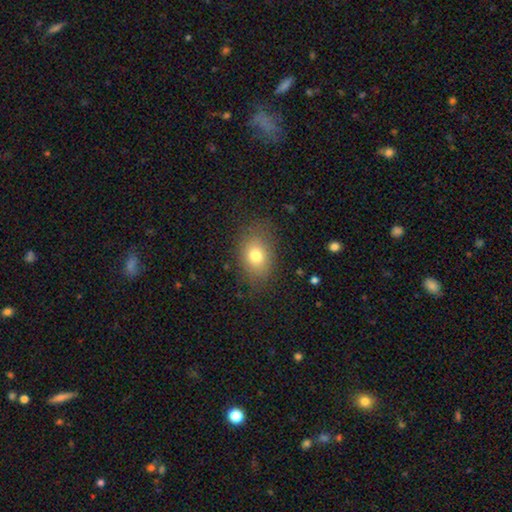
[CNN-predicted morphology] The model was most divided on "how rounded": in between: 73%, round: 26%, cigar-shaped: 1%. More confident: merging — none (80%); smooth or featured — smooth (76%).